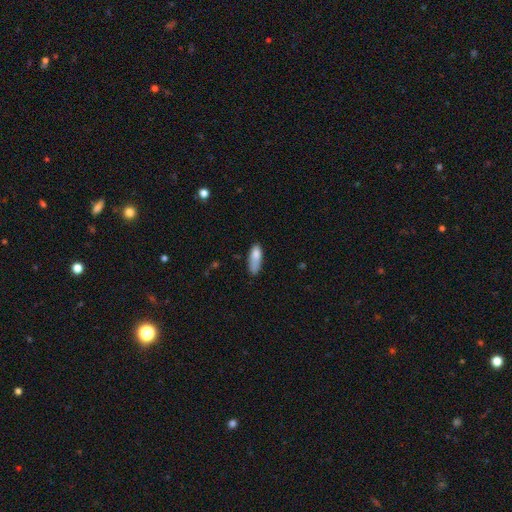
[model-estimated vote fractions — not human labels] Smooth or featured? Predicted: smooth (p=0.80). How rounded? Predicted: in between (p=0.61). Merging? Predicted: none (p=0.49).